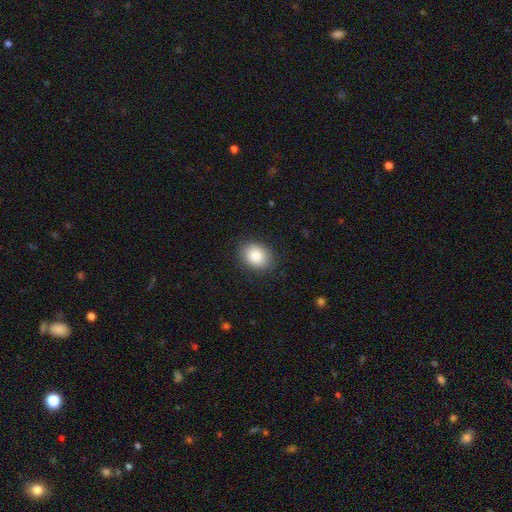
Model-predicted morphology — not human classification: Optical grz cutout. It shows a smooth galaxy with no disk features (88%) that is in between round and cigar-shaped (65%). Merging: none (86%).